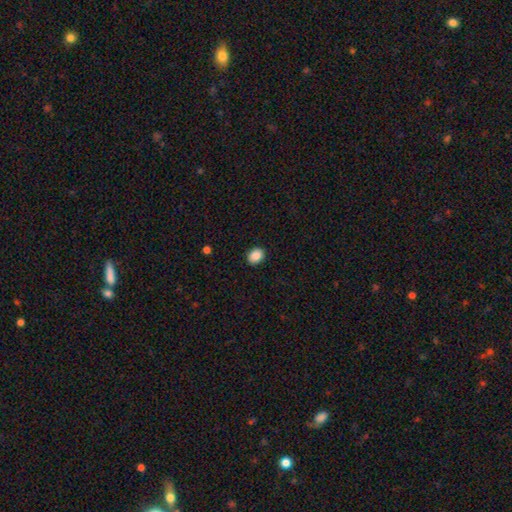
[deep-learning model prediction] A smooth galaxy with no disk features (89%) that is in between round and cigar-shaped (55%).

Vote fractions:
- Smooth or featured? smooth: 89% / star or artifact: 8% / featured or disk: 3%
- How rounded? in between: 55% / round: 45% / cigar-shaped: 1%
- Merging? none: 90% / minor disturbance: 7% / major disturbance: 2% / merger: 1%